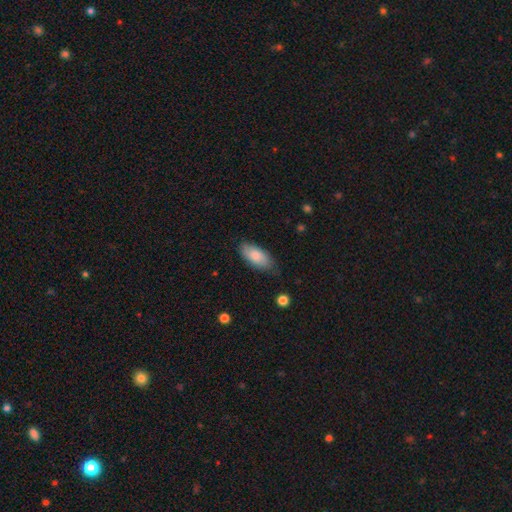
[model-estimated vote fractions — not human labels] Smooth or featured? smooth (82%)
How rounded? in between (89%)
Merging? none (72%)